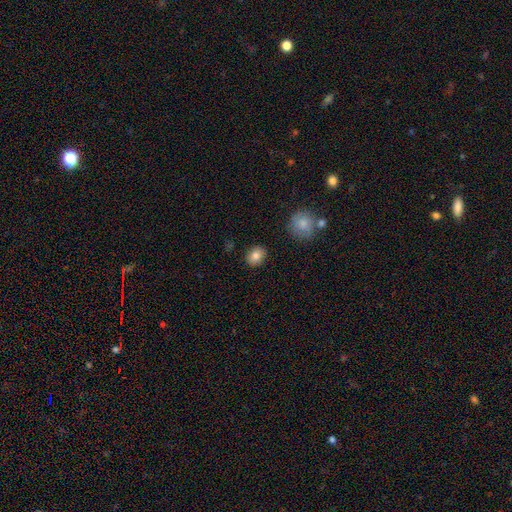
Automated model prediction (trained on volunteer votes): Overall: smooth (83%). How rounded: round (57%; in between 42%). Merging: none (89%).